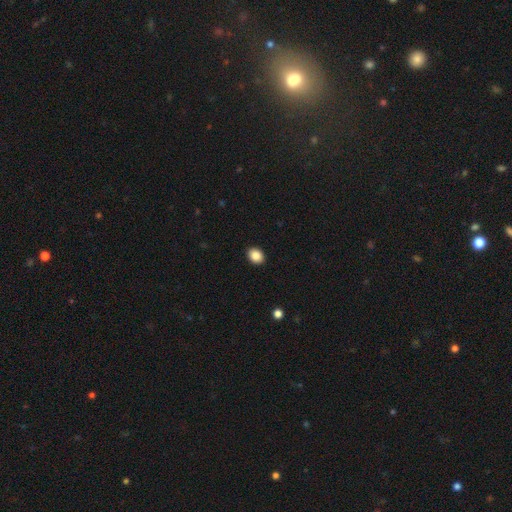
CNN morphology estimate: Overall: smooth (87%). How rounded: in between (56%; round 43%). Merging: none (91%).